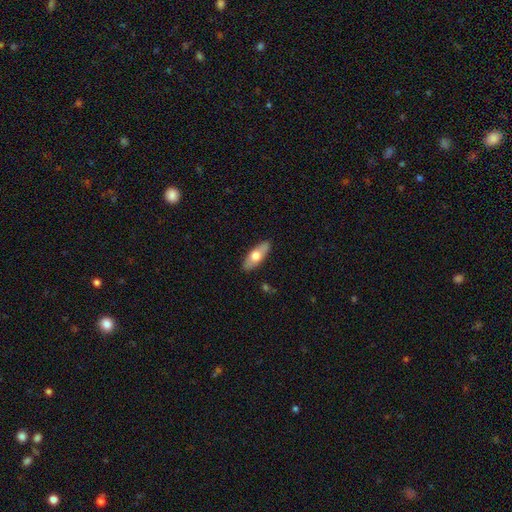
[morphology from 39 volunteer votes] Volunteers were most divided on "smooth or featured": smooth: 59%, featured or disk: 38%, star or artifact: 3%. More confident: merging — none (84%); how rounded — in between (83%).